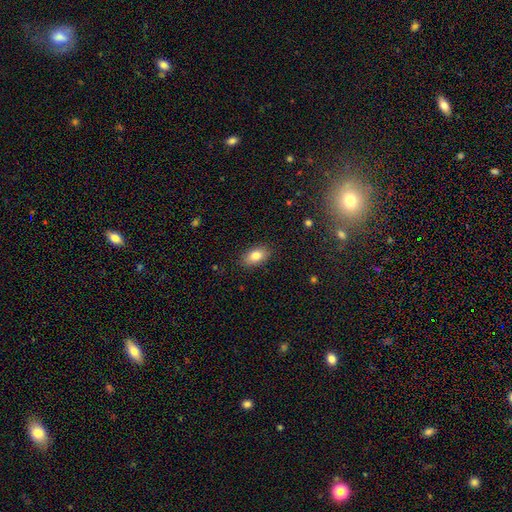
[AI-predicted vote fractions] Morphology: type=smooth (81%); roundness=in between (89%); merging=none (87%).